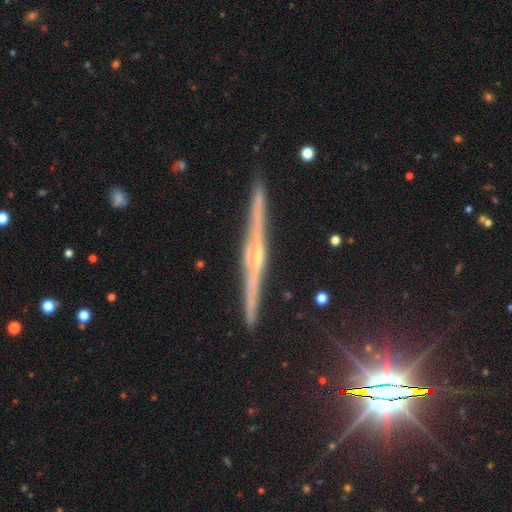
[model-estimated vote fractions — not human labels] featured or disk 83%, star or artifact 9%, smooth 8%. Down the decision tree: edge-on disk — yes (98%); edge-on bulge — rounded (70%); merging — none (90%).